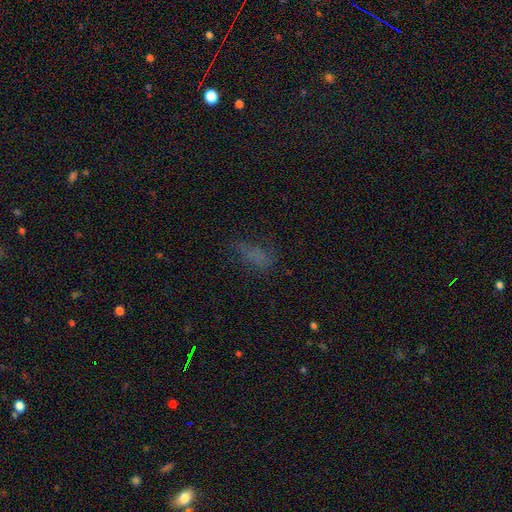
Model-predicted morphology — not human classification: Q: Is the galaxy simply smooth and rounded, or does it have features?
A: smooth — 54%.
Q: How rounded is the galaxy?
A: in between — 76%.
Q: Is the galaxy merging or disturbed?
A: none — 49%.